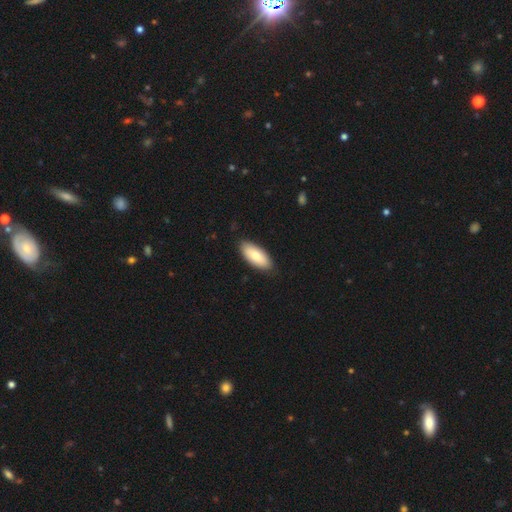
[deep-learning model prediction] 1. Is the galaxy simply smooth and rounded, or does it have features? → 80% smooth, 15% featured or disk, 5% star or artifact.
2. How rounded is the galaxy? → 89% in between, 10% cigar-shaped, 2% round.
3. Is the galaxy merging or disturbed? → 87% none, 10% minor disturbance, 2% major disturbance, 1% merger.